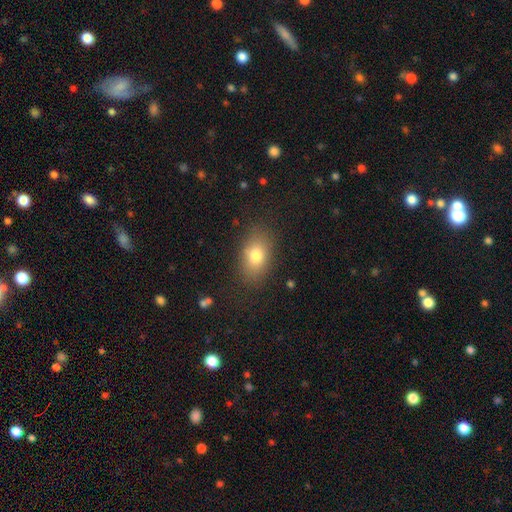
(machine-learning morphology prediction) A smooth galaxy with no disk features (78%) that is in between round and cigar-shaped (84%). Merging: none (82%).